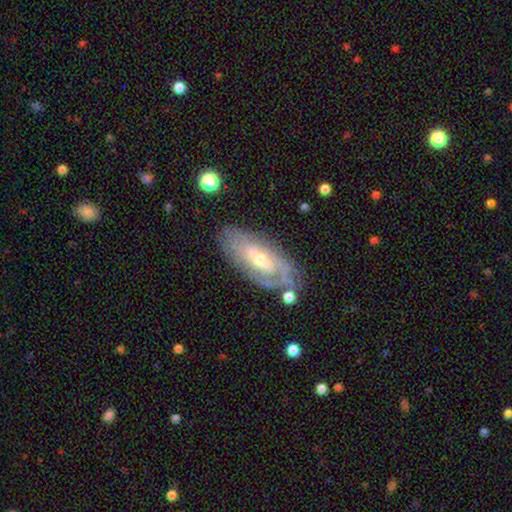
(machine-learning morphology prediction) Smooth or featured? featured or disk (76%)
Edge-on disk? no (88%)
Bar? weak (44%)
Spiral arms? yes (84%)
Spiral winding? tight (64%)
Spiral arm count? can't tell (46%)
Bulge size? moderate (50%)
Merging? none (74%)